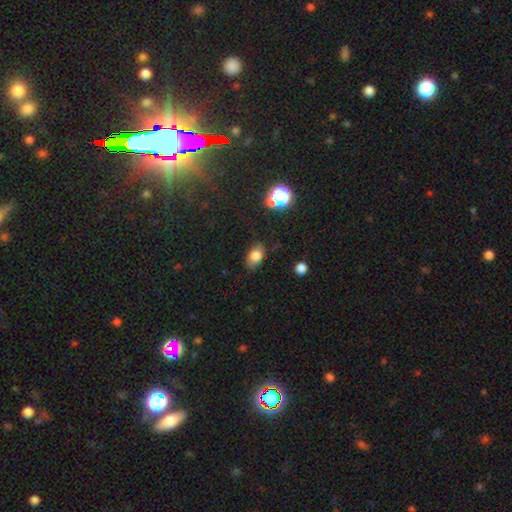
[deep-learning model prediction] This is likely a smooth galaxy (78%). How rounded: clearly in between (86%). Merging: likely none (78%).